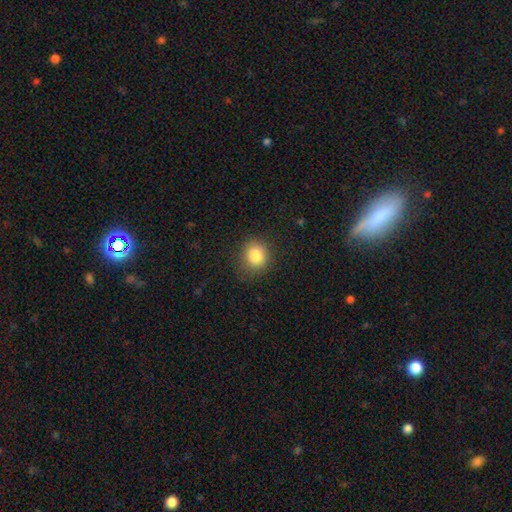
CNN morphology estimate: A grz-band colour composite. It shows a smooth galaxy with no disk features (84%) that is round (78%). Merging: none (83%).